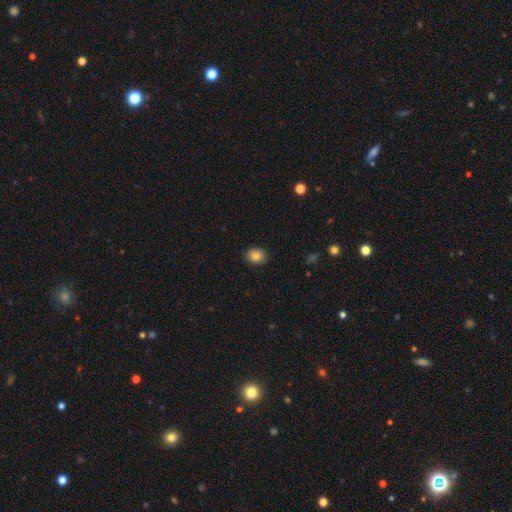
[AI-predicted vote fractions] A smooth galaxy with no disk features (83%) that is round (60%).

Vote fractions:
- Smooth or featured? smooth: 83% / star or artifact: 10% / featured or disk: 7%
- How rounded? round: 60% / in between: 40% / cigar-shaped: 1%
- Merging? none: 87% / minor disturbance: 10% / major disturbance: 2% / merger: 1%